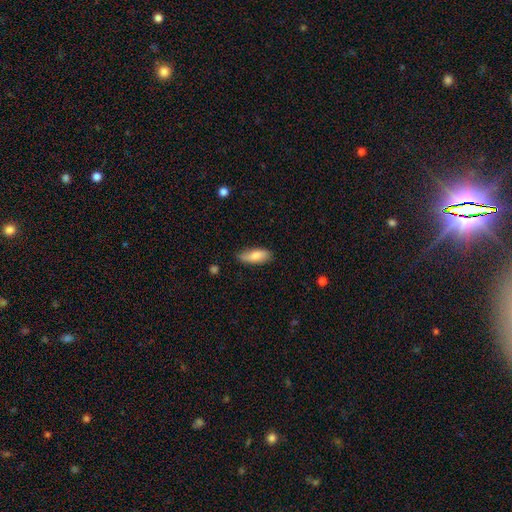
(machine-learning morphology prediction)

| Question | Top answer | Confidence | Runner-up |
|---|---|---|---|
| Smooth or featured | smooth | 78% | featured or disk (16%) |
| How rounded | in between | 75% | cigar-shaped (23%) |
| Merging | none | 77% | minor disturbance (19%) |